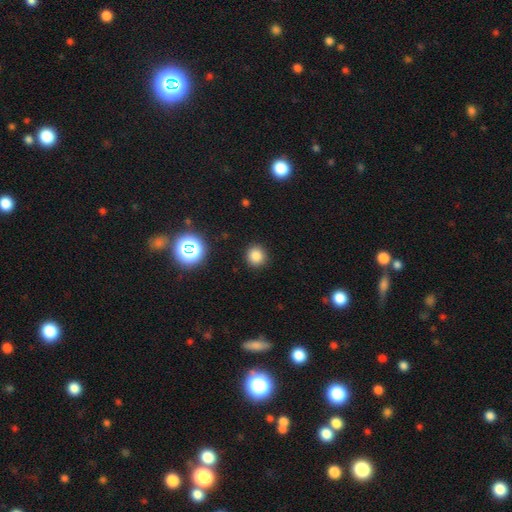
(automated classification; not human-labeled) Smooth or featured?
  - smooth: 81% *
  - star or artifact: 15%
  - featured or disk: 4%
How rounded?
  - round: 90% *
  - in between: 9%
  - cigar-shaped: 1%
Merging?
  - none: 91% *
  - minor disturbance: 6%
  - major disturbance: 2%
  - merger: 1%